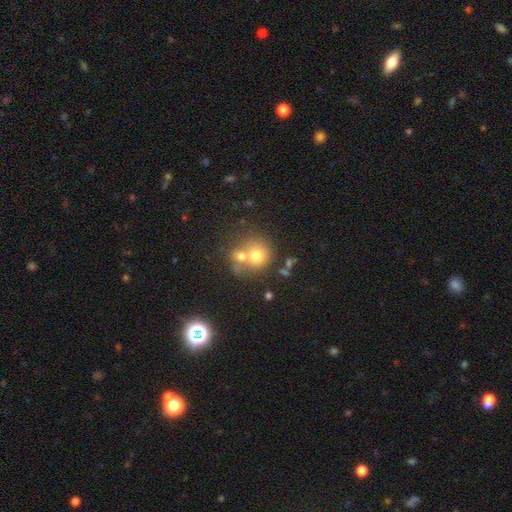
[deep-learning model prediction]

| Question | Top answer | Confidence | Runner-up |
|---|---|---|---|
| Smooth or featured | smooth | 68% | featured or disk (19%) |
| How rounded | round | 82% | in between (17%) |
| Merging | merger | 53% | none (35%) |